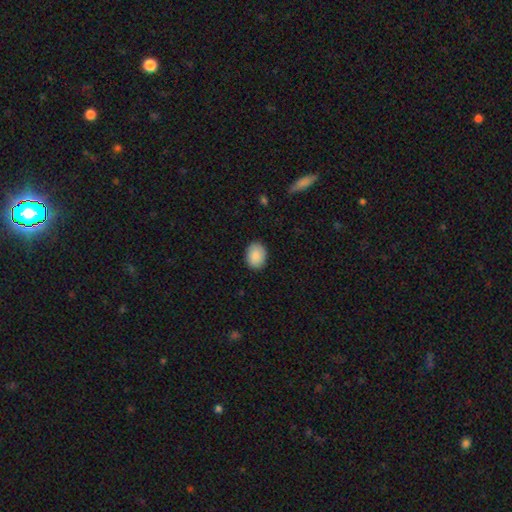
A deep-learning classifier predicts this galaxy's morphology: A smooth galaxy with no disk features (89%) that is in between round and cigar-shaped (61%). Merging: none (88%).